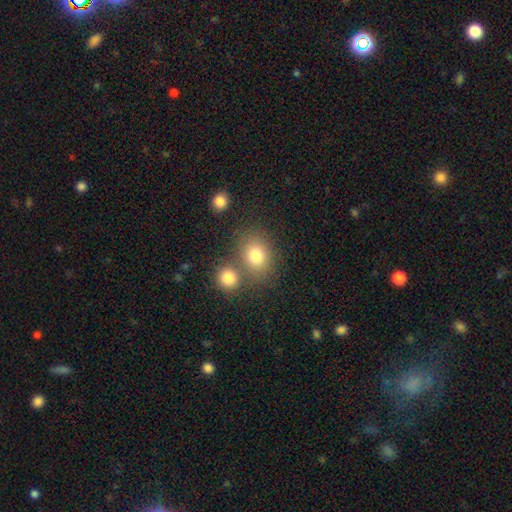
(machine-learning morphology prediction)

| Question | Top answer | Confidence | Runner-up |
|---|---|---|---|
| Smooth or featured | smooth | 79% | star or artifact (12%) |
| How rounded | round | 58% | in between (41%) |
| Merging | none | 62% | merger (25%) |